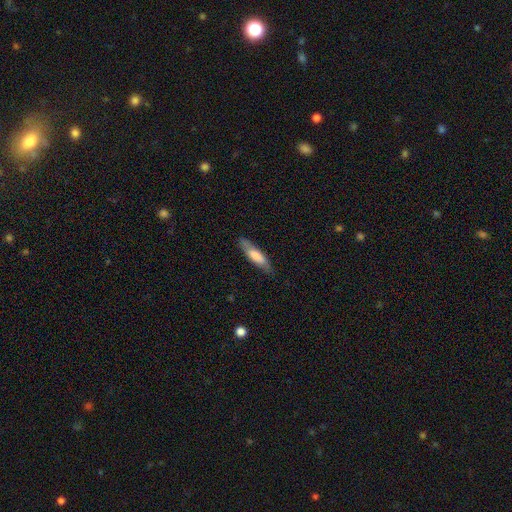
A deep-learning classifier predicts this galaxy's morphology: A smooth galaxy with no disk features (67%) that is cigar-shaped (66%). Merging: none (78%).